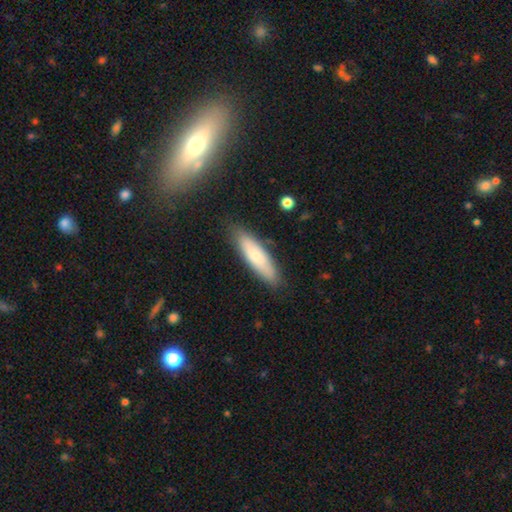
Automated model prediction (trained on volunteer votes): Smooth or featured?
  - smooth: 68% *
  - featured or disk: 25%
  - star or artifact: 6%
How rounded?
  - cigar-shaped: 63% *
  - in between: 35%
  - round: 2%
Merging?
  - none: 83% *
  - minor disturbance: 13%
  - major disturbance: 3%
  - merger: 2%